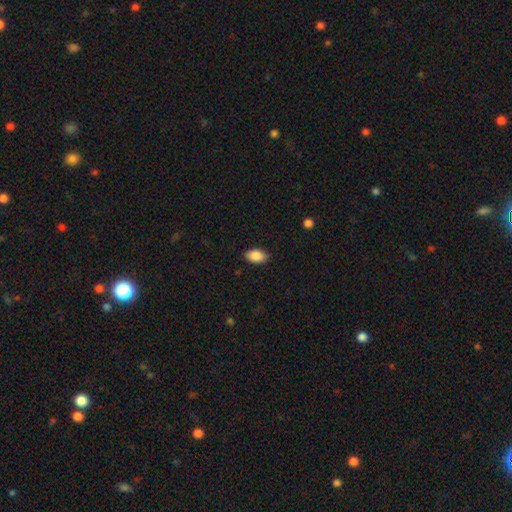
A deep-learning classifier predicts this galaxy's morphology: This appears to be a smooth galaxy with no disk features (88%) that is in between round and cigar-shaped (91%). Merging: none (85%).